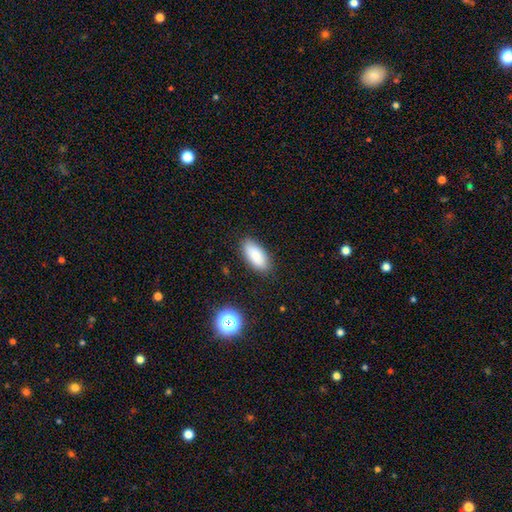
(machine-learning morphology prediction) A smooth galaxy with no disk features (86%) that is in between round and cigar-shaped (87%).

Vote fractions:
- Smooth or featured? smooth: 86% / star or artifact: 8% / featured or disk: 7%
- How rounded? in between: 87% / cigar-shaped: 11% / round: 2%
- Merging? none: 86% / minor disturbance: 10% / major disturbance: 2% / merger: 1%